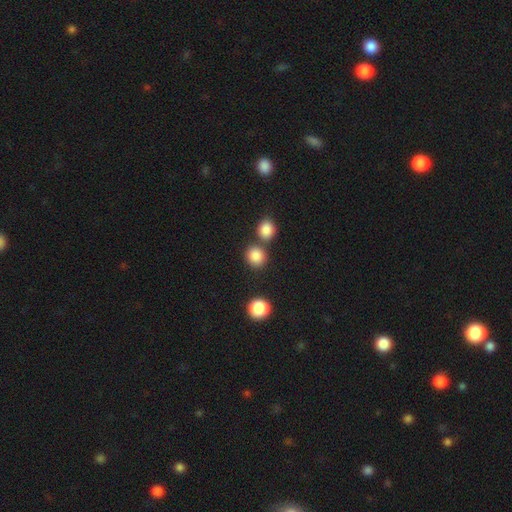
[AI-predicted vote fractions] smooth 85%, star or artifact 10%, featured or disk 4%. Down the decision tree: how rounded — round (87%); merging — none (72%).